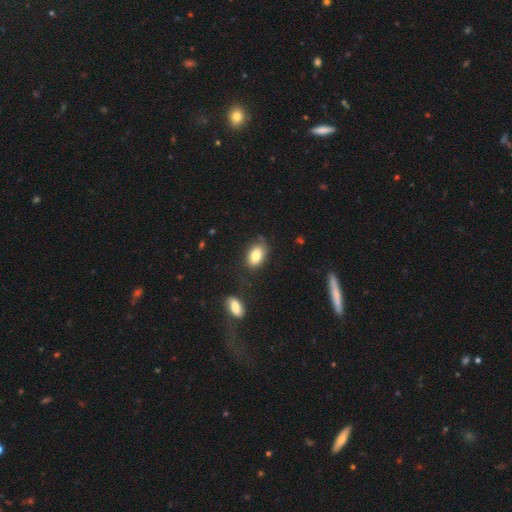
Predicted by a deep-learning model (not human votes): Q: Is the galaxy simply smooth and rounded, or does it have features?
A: smooth — 80%.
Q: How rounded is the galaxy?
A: in between — 89%.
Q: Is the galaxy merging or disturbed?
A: none — 75%.